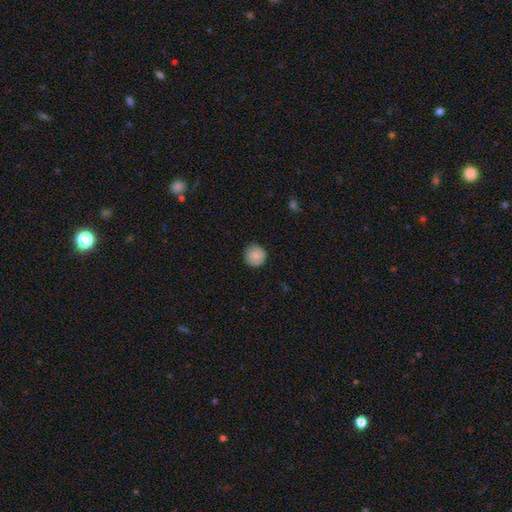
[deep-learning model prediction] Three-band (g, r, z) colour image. It shows a smooth galaxy with no disk features (85%) that is round (95%). Merging: none (86%).